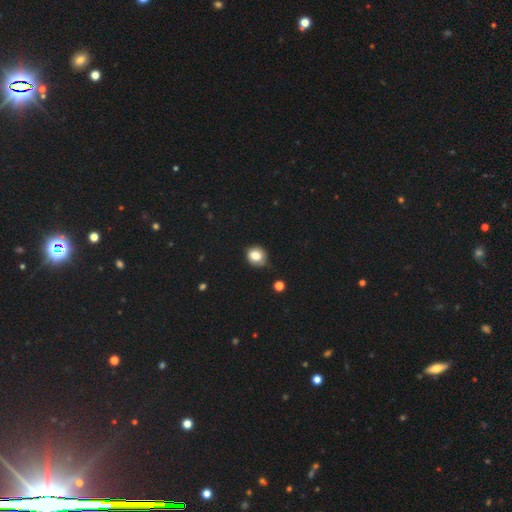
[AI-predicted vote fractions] A smooth galaxy with no disk features (81%) that is round (72%). Merging: none (61%).